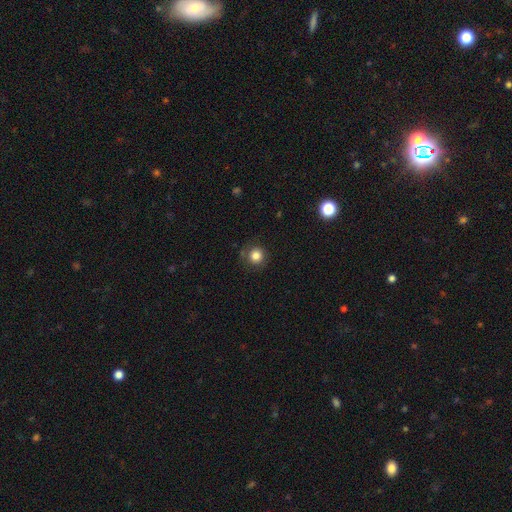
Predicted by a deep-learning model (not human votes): The model was most divided on "merging": none: 81%, minor disturbance: 13%, major disturbance: 5%, merger: 2%. More confident: how rounded — round (93%); smooth or featured — smooth (82%).